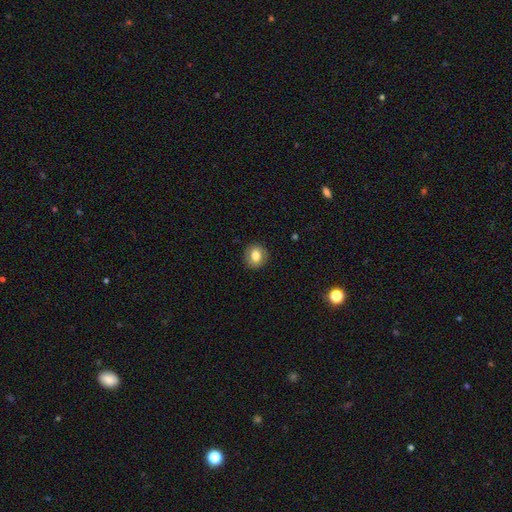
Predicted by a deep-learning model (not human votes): Smooth or featured? Predicted: smooth (p=0.76). How rounded? Predicted: round (p=0.78). Merging? Predicted: none (p=0.88).